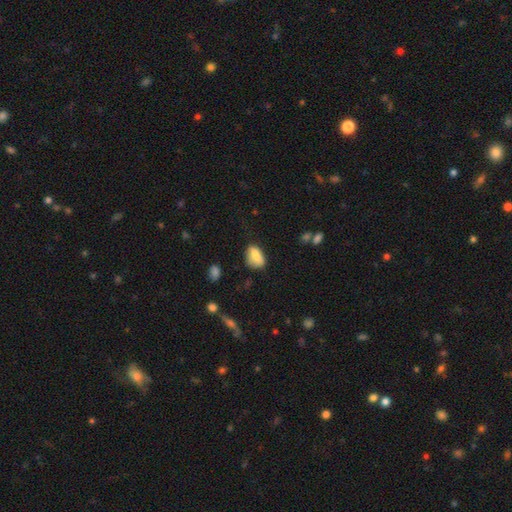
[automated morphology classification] Overall: smooth (78%). How rounded: in between (86%). Merging: none (52%; minor disturbance 30%).